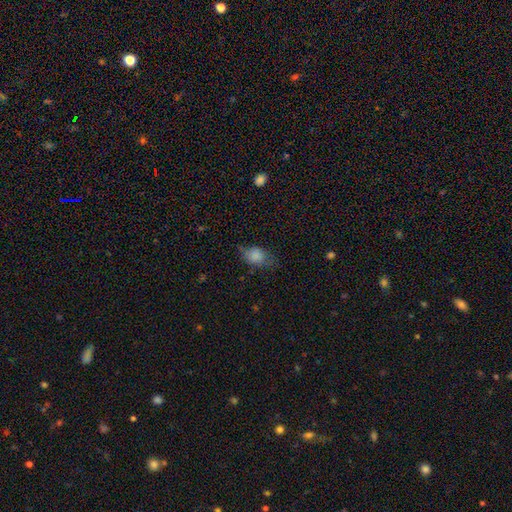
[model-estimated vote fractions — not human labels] smooth 81%, featured or disk 9%, star or artifact 9%. Down the decision tree: how rounded — in between (72%); merging — none (56%).